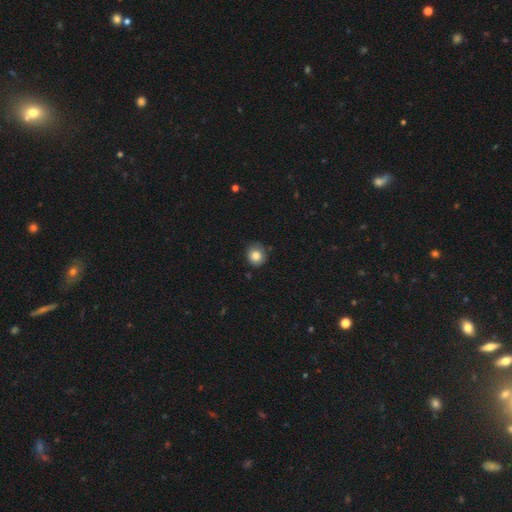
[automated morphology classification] Smooth or featured?
  - smooth: 83% *
  - star or artifact: 10%
  - featured or disk: 7%
How rounded?
  - round: 85% *
  - in between: 14%
  - cigar-shaped: 1%
Merging?
  - none: 77% *
  - minor disturbance: 18%
  - major disturbance: 3%
  - merger: 2%